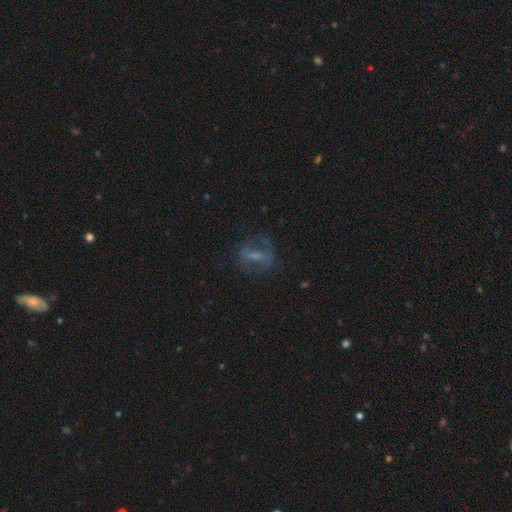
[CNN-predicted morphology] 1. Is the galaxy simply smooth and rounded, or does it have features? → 53% featured or disk, 32% smooth, 16% star or artifact.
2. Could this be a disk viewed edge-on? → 86% no, 14% yes.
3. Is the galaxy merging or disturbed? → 63% none, 17% minor disturbance, 17% major disturbance, 2% merger.